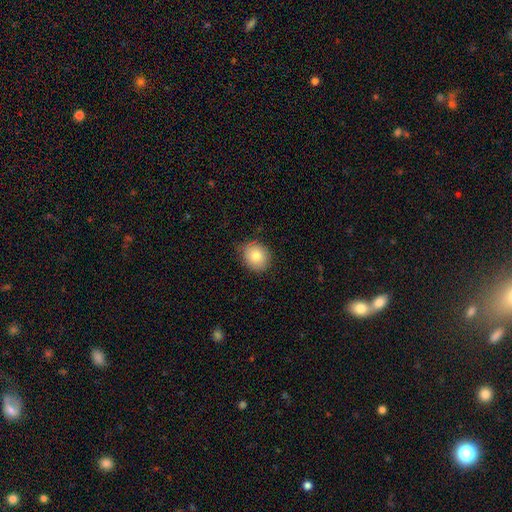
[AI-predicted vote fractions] smooth 82%, featured or disk 10%, star or artifact 8%. Down the decision tree: how rounded — round (72%); merging — none (80%).